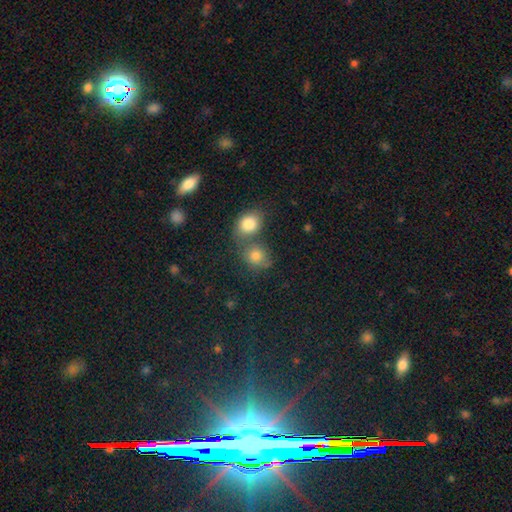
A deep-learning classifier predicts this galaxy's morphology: smooth-or-featured: smooth: 79% | star or artifact: 11% | featured or disk: 9%
  how-rounded: round: 66% | in between: 33% | cigar-shaped: 1%
  merging: merger: 46% | none: 39% | minor disturbance: 10% | major disturbance: 4%